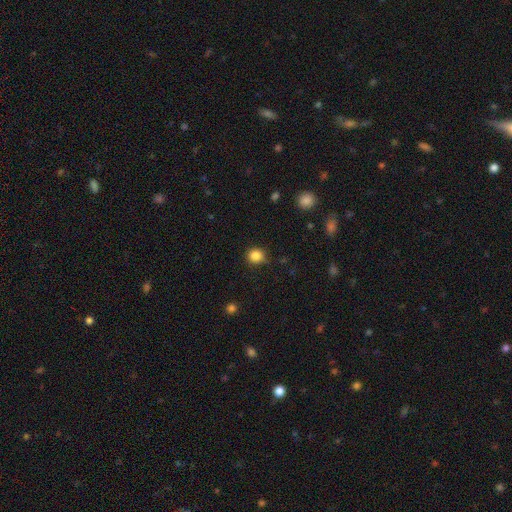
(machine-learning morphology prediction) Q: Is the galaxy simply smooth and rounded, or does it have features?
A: smooth — 85%.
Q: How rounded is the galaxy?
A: round — 87%.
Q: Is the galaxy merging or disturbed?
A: none — 83%.